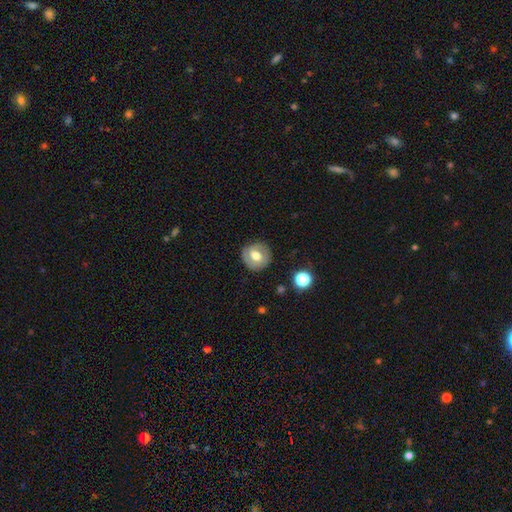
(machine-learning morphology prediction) smooth 59%, featured or disk 33%, star or artifact 8%. Down the decision tree: how rounded — round (88%); merging — none (85%).